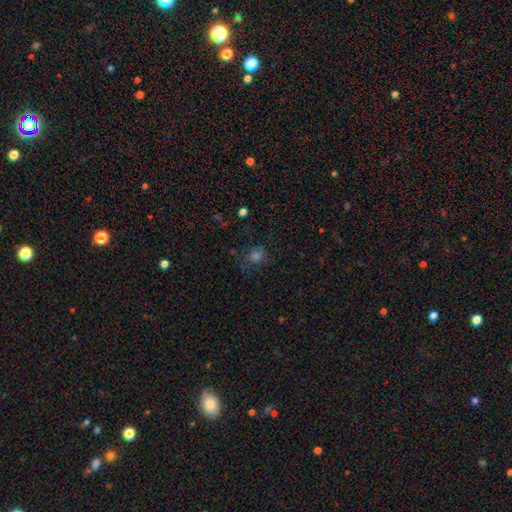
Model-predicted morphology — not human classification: smooth 55%, star or artifact 29%, featured or disk 16%. Down the decision tree: how rounded — round (70%); merging — none (65%).